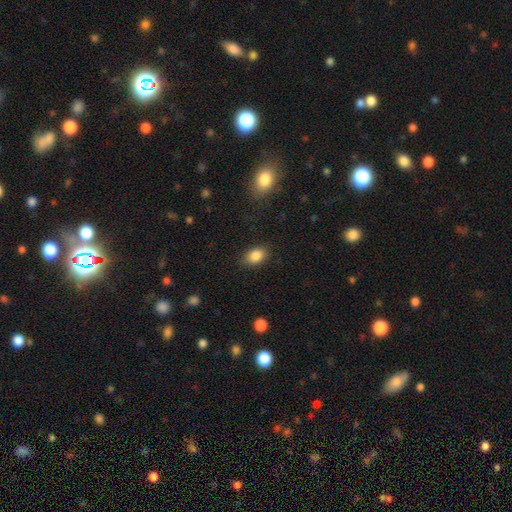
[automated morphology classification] Smooth or featured? Predicted: smooth (p=0.85). How rounded? Predicted: in between (p=0.78). Merging? Predicted: none (p=0.84).